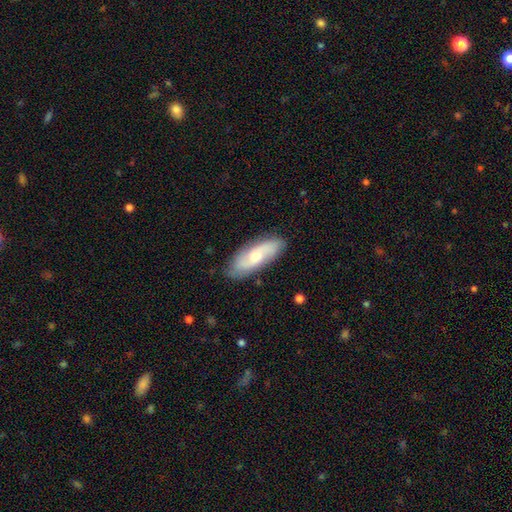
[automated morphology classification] Smooth or featured?
  - featured or disk: 50% *
  - smooth: 44%
  - star or artifact: 6%
Edge-on disk?
  - no: 82% *
  - yes: 18%
Merging?
  - none: 85% *
  - minor disturbance: 12%
  - major disturbance: 2%
  - merger: 1%